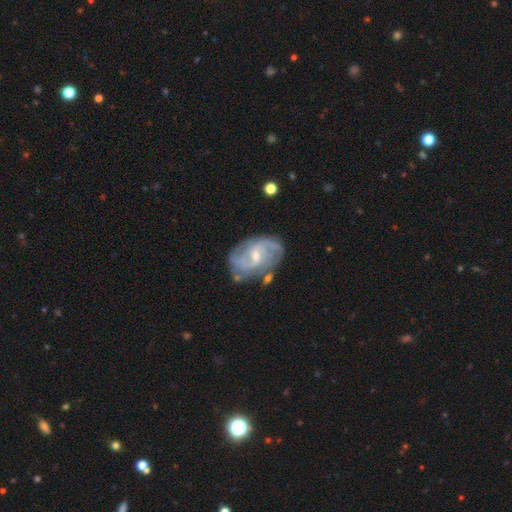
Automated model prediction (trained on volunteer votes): featured or disk 86%, smooth 8%, star or artifact 6%. Down the decision tree: edge-on disk — no (97%); bar — weak (51%); spiral arms — yes (96%); spiral arm count — 2 (47%); spiral winding — medium (47%); bulge size — small (63%); merging — none (70%).